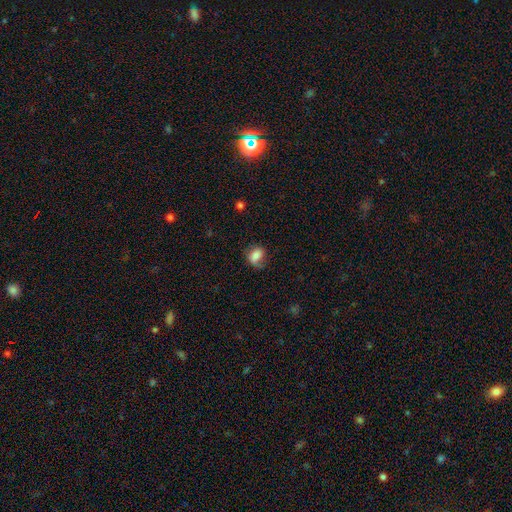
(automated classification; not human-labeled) smooth_or_featured: smooth (p=0.70) [alt: featured or disk p=0.21]
how_rounded: in between (p=0.67) [alt: round p=0.31]
merging: none (p=0.54) [alt: minor disturbance p=0.28]